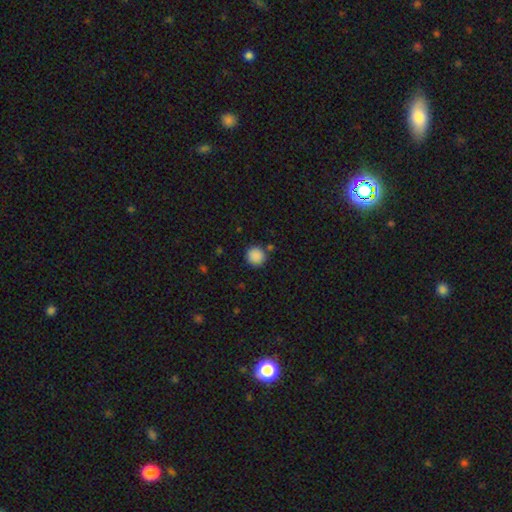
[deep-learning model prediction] The model was most divided on "merging": none: 82%, minor disturbance: 11%, merger: 4%, major disturbance: 3%. More confident: how rounded — round (91%); smooth or featured — smooth (88%).